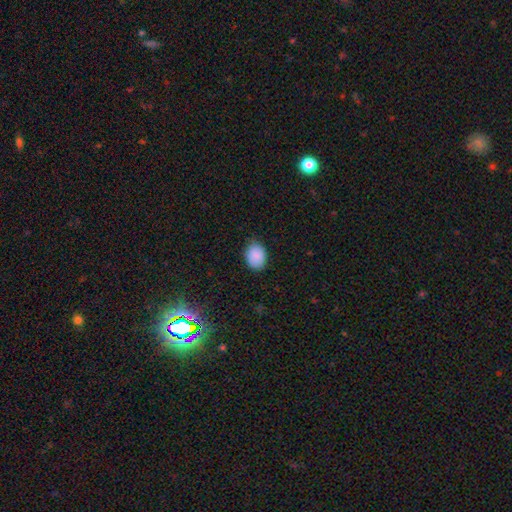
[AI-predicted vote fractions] Q: Smooth or featured?
A: smooth (88%); runner-up: star or artifact (8%)
Q: How rounded?
A: in between (71%); runner-up: round (28%)
Q: Merging?
A: none (76%); runner-up: minor disturbance (20%)